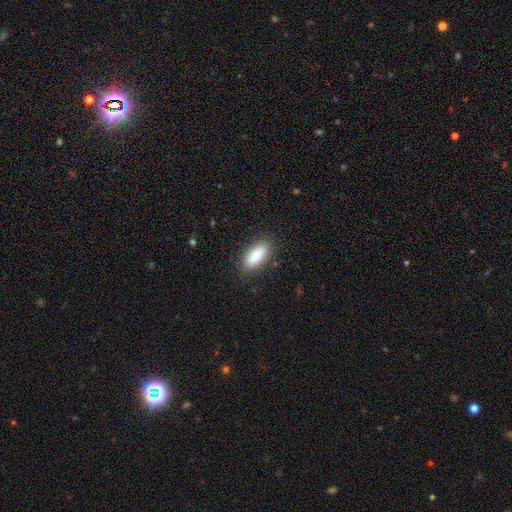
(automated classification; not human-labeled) smooth_or_featured: smooth (p=0.80) [alt: featured or disk p=0.13]
how_rounded: in between (p=0.81) [alt: cigar-shaped p=0.16]
merging: none (p=0.86) [alt: minor disturbance p=0.10]